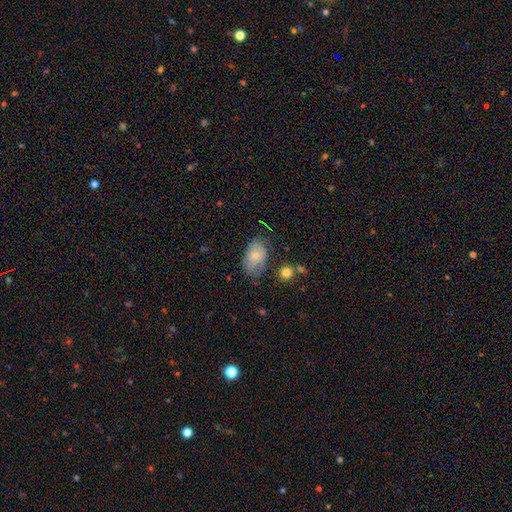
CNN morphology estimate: Smooth or featured? Predicted: smooth (p=0.62). How rounded? Predicted: in between (p=0.89). Merging? Predicted: none (p=0.53).